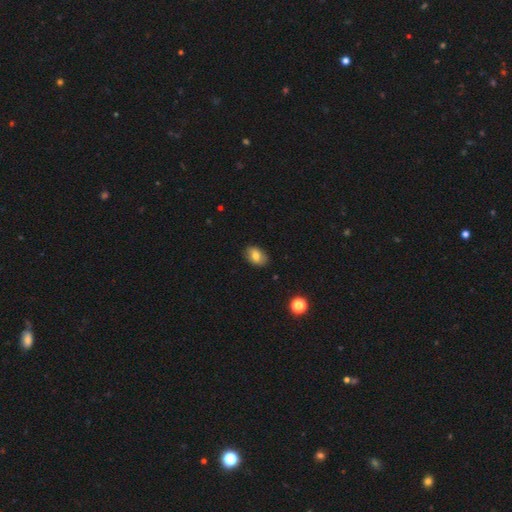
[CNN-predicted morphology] type=smooth (77%); roundness=in between (84%); merging=none (84%).